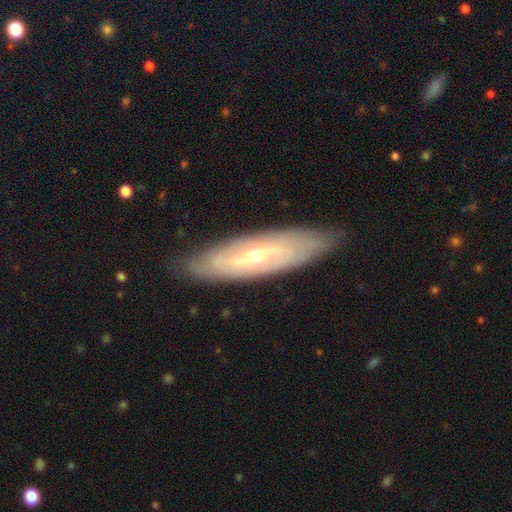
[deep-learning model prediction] Smooth or featured? featured or disk (76%)
Edge-on disk? no (75%)
Bar? no (42%)
Spiral arms? yes (77%)
Bulge size? small (49%)
Merging? none (85%)